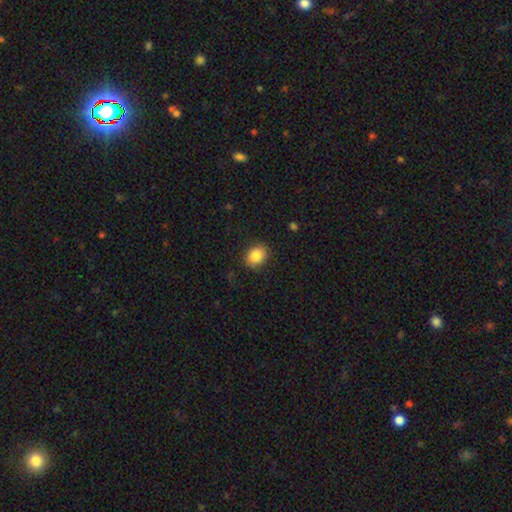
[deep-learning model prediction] Smooth or featured: smooth — 86% (star or artifact — 8%)
How rounded: in between — 55% (round — 44%)
Merging: none — 86% (minor disturbance — 11%)